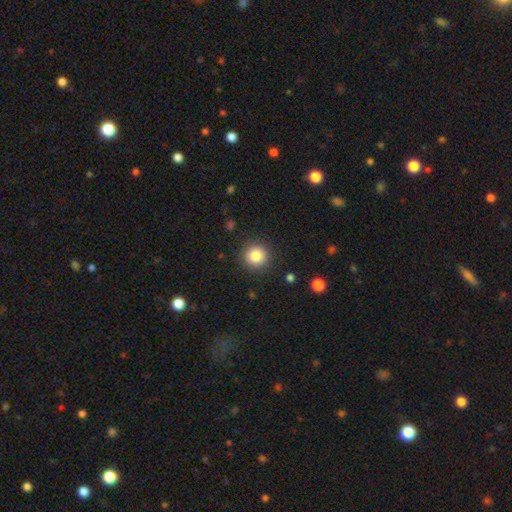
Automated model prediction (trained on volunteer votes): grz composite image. It shows a smooth galaxy with no disk features (85%) that is round (94%). Merging: none (89%).